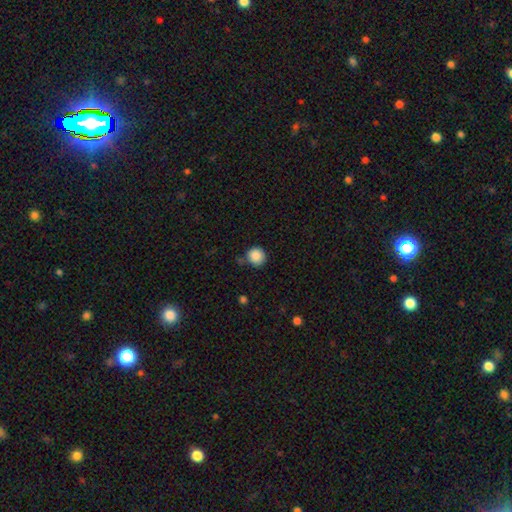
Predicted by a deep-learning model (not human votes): Smooth or featured? Predicted: smooth (p=0.88). How rounded? Predicted: round (p=0.92). Merging? Predicted: none (p=0.76).